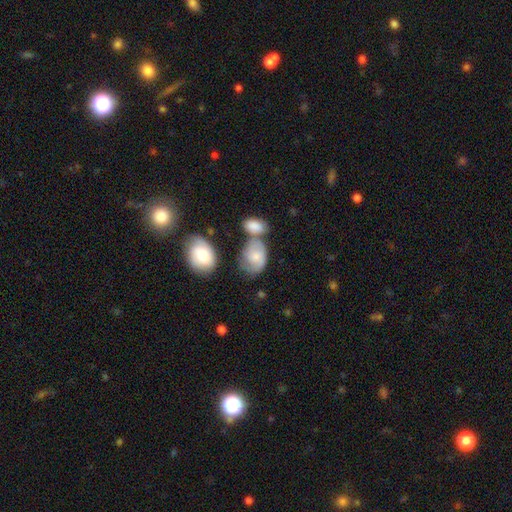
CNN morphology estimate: Smooth or featured? Predicted: smooth (p=0.56). How rounded? Predicted: in between (p=0.72). Merging? Predicted: none (p=0.36).